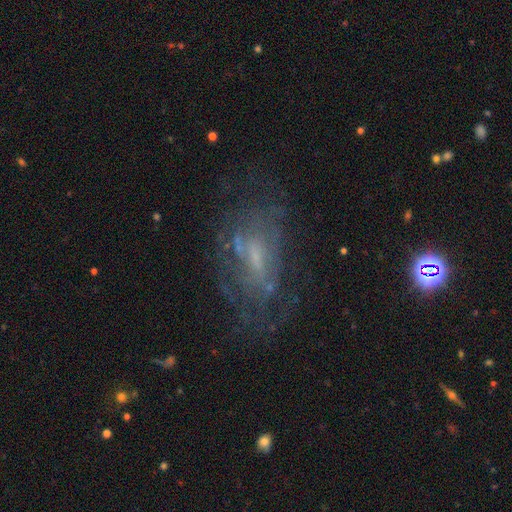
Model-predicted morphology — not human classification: The model was most divided on "bar": no: 44%, weak: 42%, strong: 14%. Remaining: edge-on disk — no (92%); smooth or featured — featured or disk (65%); merging — none (57%); spiral arms — yes (53%); bulge size — small (40%).